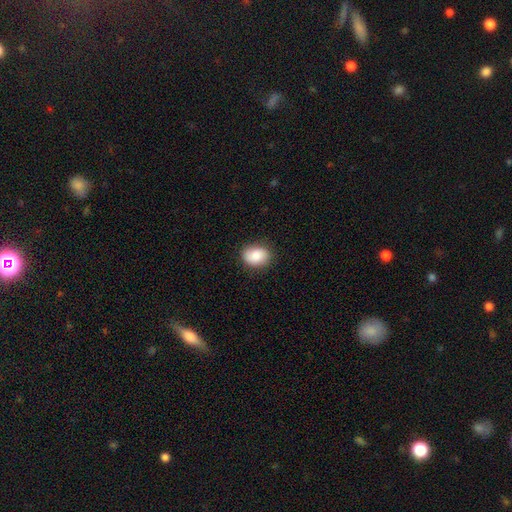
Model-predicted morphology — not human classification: Smooth or featured: smooth — 86% (star or artifact — 7%)
How rounded: in between — 60% (round — 39%)
Merging: none — 84% (minor disturbance — 12%)